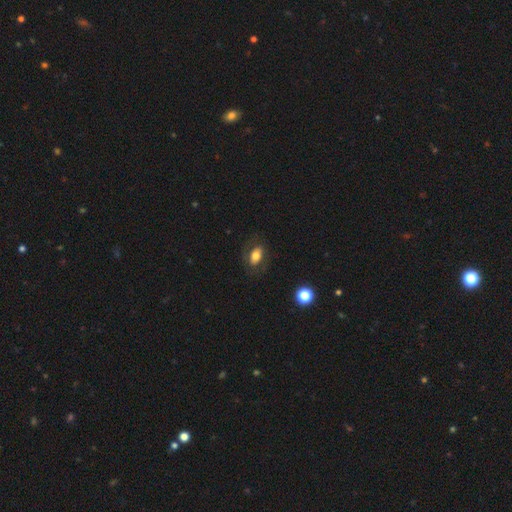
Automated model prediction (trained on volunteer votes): Smooth or featured?
  - smooth: 67% *
  - featured or disk: 24%
  - star or artifact: 9%
How rounded?
  - in between: 87% *
  - round: 10%
  - cigar-shaped: 3%
Merging?
  - none: 77% *
  - minor disturbance: 14%
  - major disturbance: 9%
  - merger: 1%